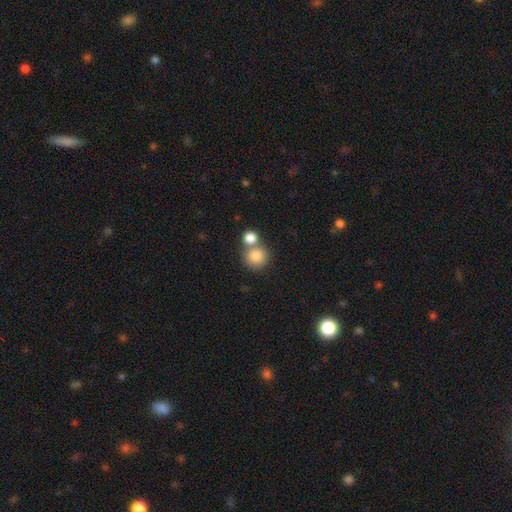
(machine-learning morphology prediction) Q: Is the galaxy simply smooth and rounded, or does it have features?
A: smooth — 83%.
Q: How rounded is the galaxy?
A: round — 90%.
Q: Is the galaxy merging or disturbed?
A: none — 53%.